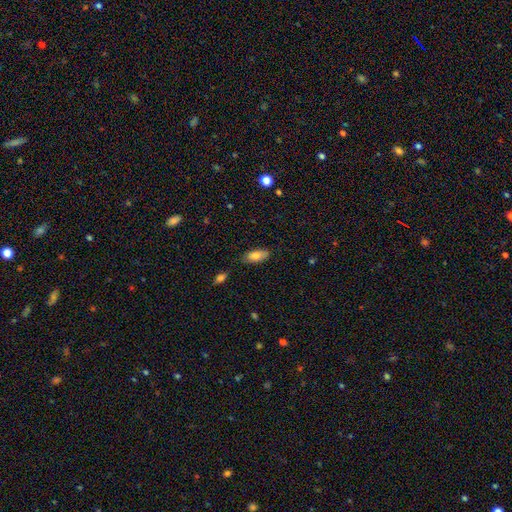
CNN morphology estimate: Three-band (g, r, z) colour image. It shows a smooth galaxy with no disk features (80%) that is in between round and cigar-shaped (87%). Merging: none (74%).